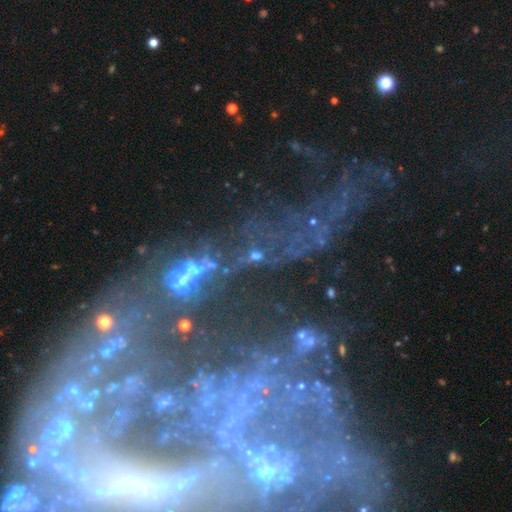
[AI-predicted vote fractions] smooth_or_featured: star or artifact (p=0.46) [alt: featured or disk p=0.37]